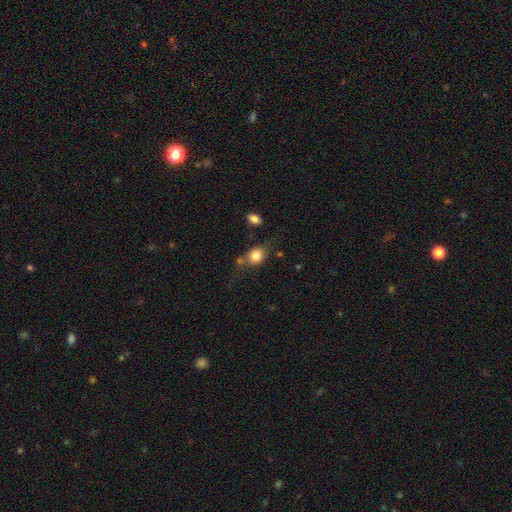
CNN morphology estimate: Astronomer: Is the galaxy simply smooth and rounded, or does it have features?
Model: smooth — 77%.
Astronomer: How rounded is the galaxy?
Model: round — 52% (runner-up: in between, 45%).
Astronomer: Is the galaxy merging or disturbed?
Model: none — 53%.